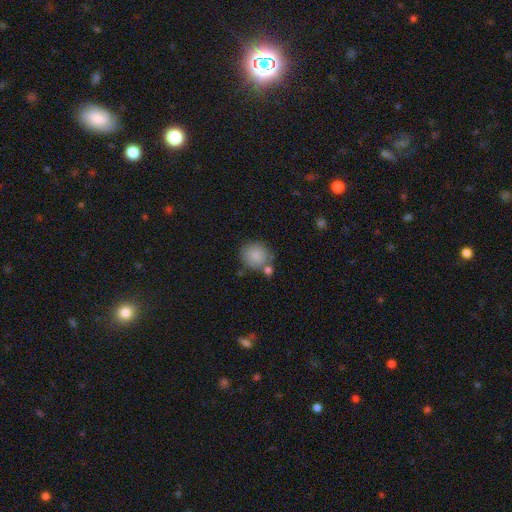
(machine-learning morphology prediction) type=smooth (86%); roundness=round (86%); merging=none (67%).